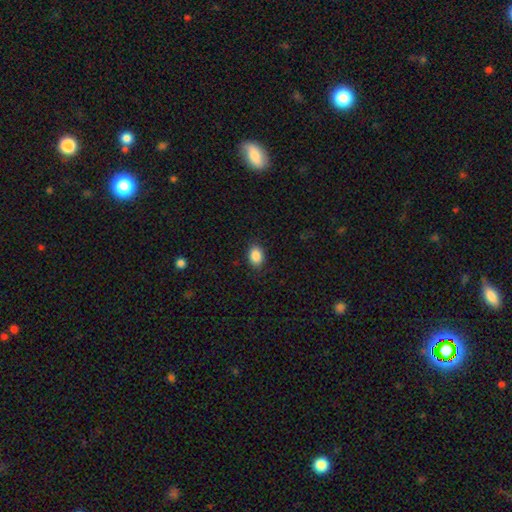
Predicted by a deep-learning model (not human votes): Morphology: type=smooth (88%); roundness=in between (74%); merging=none (87%).